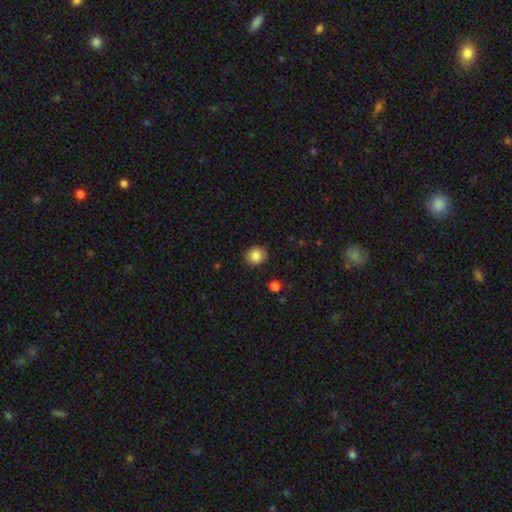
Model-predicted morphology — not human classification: Smooth or featured?
  - smooth: 87% *
  - star or artifact: 9%
  - featured or disk: 4%
How rounded?
  - round: 77% *
  - in between: 22%
  - cigar-shaped: 1%
Merging?
  - none: 89% *
  - minor disturbance: 8%
  - major disturbance: 2%
  - merger: 1%